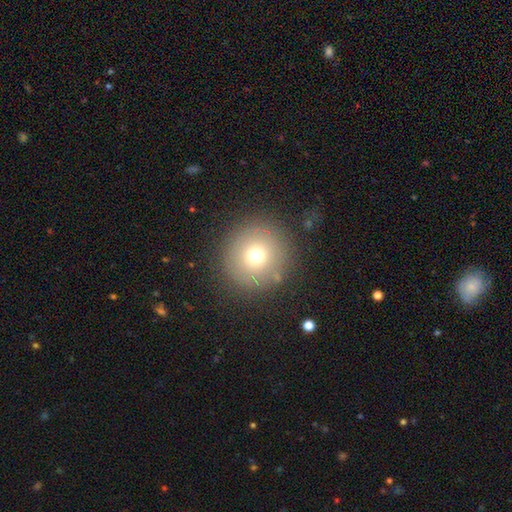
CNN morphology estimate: A smooth galaxy with no disk features (71%) that is round (95%).

Vote fractions:
- Smooth or featured? smooth: 71% / star or artifact: 16% / featured or disk: 13%
- How rounded? round: 95% / in between: 4% / cigar-shaped: 1%
- Merging? none: 87% / minor disturbance: 7% / major disturbance: 4% / merger: 2%